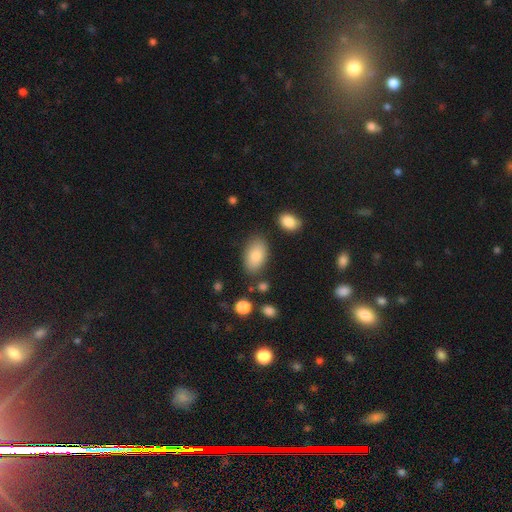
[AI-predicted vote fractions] Overall: smooth (82%). How rounded: in between (93%). Merging: none (80%).